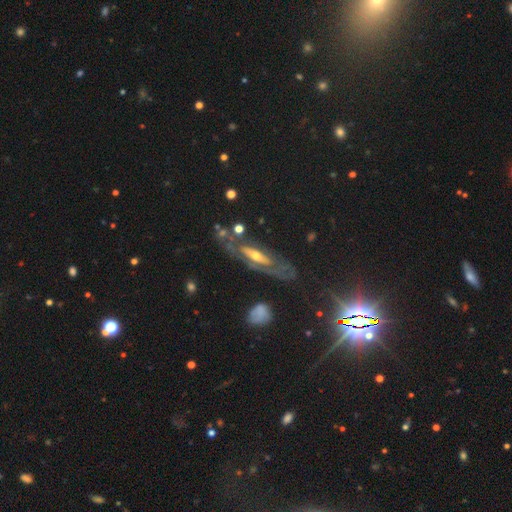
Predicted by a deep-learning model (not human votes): featured or disk 72%, smooth 17%, star or artifact 11%. Down the decision tree: edge-on disk — no (67%); merging — none (64%).